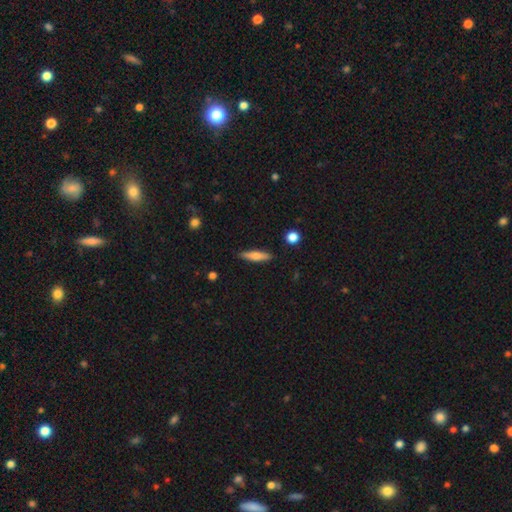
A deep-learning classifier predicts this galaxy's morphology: Q: Smooth or featured?
A: smooth (61%); runner-up: featured or disk (33%)
Q: How rounded?
A: cigar-shaped (77%); runner-up: in between (20%)
Q: Merging?
A: none (88%); runner-up: minor disturbance (9%)